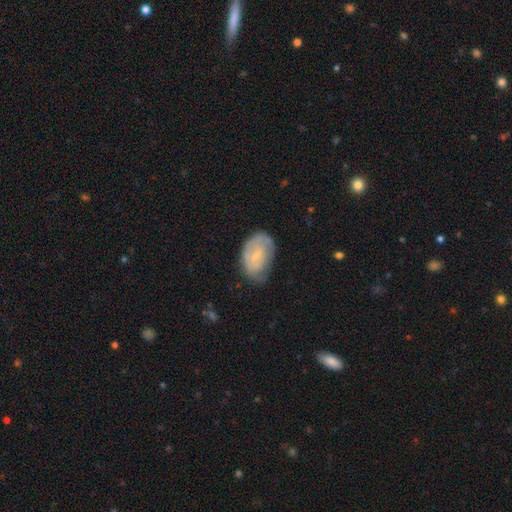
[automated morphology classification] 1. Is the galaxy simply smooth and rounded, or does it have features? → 49% smooth, 43% featured or disk, 7% star or artifact.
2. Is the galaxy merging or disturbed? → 56% none, 32% minor disturbance, 11% major disturbance, 2% merger.